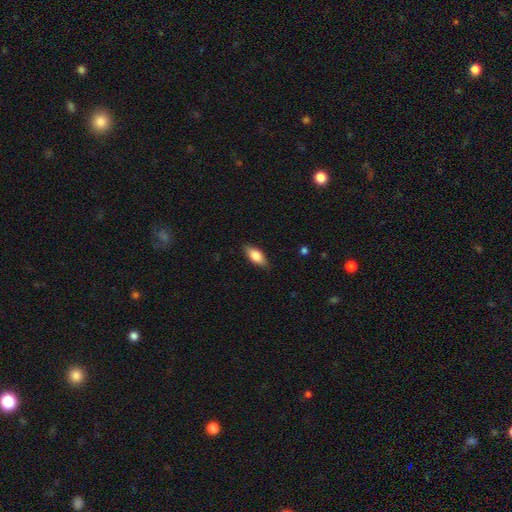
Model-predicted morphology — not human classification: This appears to be a smooth galaxy with no disk features (72%) that is in between round and cigar-shaped (82%). Merging: none (85%).